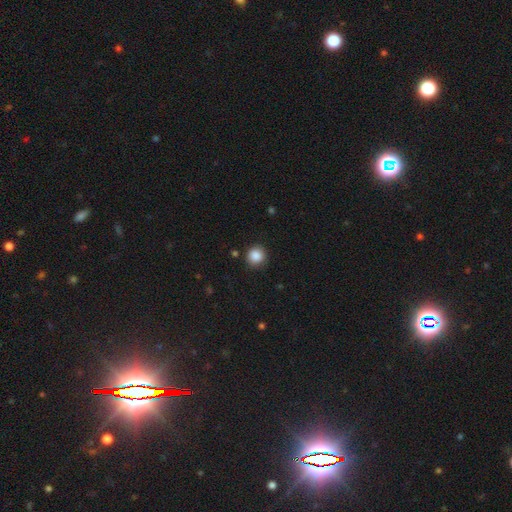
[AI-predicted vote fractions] Smooth or featured? smooth (87%)
How rounded? round (92%)
Merging? none (88%)